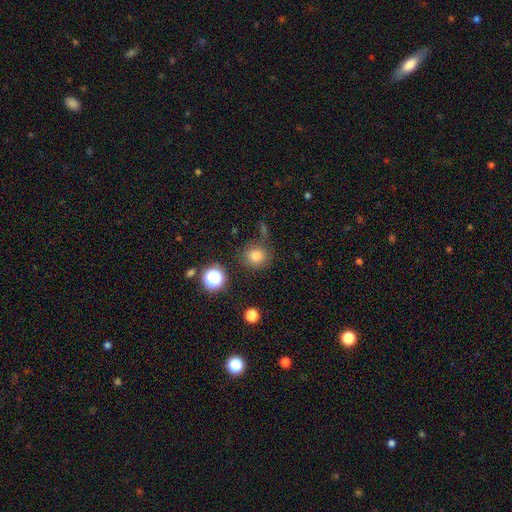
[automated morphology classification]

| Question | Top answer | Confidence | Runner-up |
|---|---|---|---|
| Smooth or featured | smooth | 80% | star or artifact (15%) |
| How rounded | round | 87% | in between (12%) |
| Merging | none | 78% | minor disturbance (12%) |